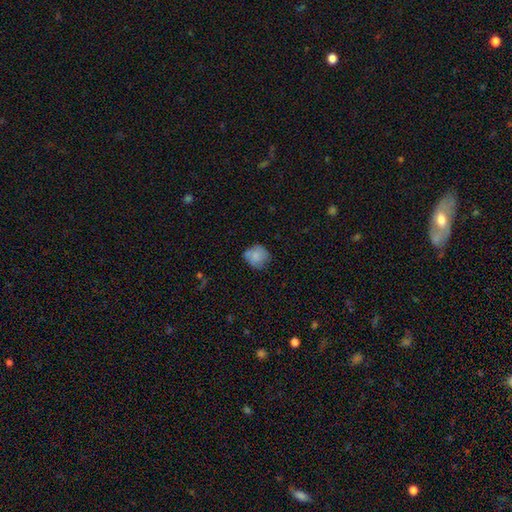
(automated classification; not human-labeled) The model was most divided on "merging": none: 63%, minor disturbance: 27%, major disturbance: 6%, merger: 5%. More confident: how rounded — round (84%); smooth or featured — smooth (78%).